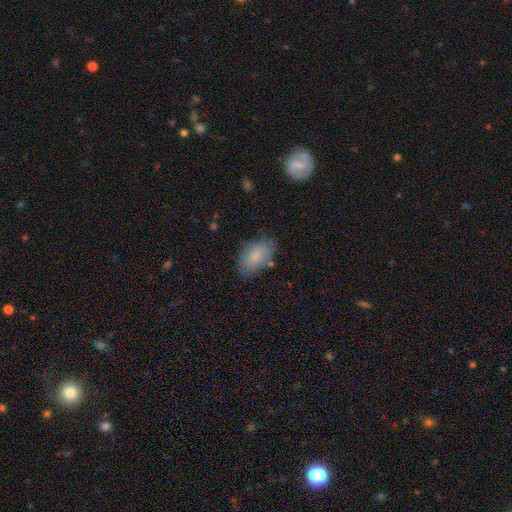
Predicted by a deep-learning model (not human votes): A smooth galaxy with no disk features (80%) that is in between round and cigar-shaped (92%).

Vote fractions:
- Smooth or featured? smooth: 80% / featured or disk: 14% / star or artifact: 7%
- How rounded? in between: 92% / round: 6% / cigar-shaped: 2%
- Merging? none: 71% / minor disturbance: 21% / major disturbance: 5% / merger: 3%